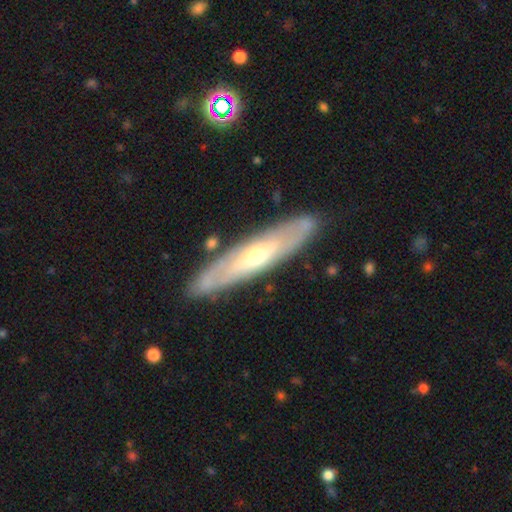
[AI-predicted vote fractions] smooth_or_featured: featured or disk (p=0.66) [alt: smooth p=0.29]
disk_edge_on: yes (p=0.51) [alt: no p=0.49]
merging: none (p=0.84) [alt: minor disturbance p=0.11]